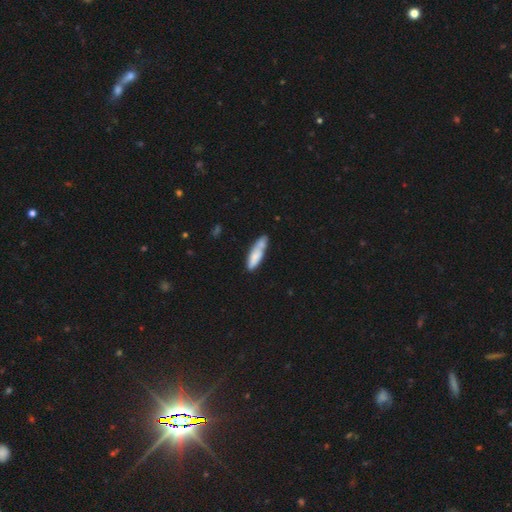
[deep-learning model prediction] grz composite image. It shows a smooth galaxy with no disk features (72%) that is cigar-shaped (60%). Merging: none (52%).